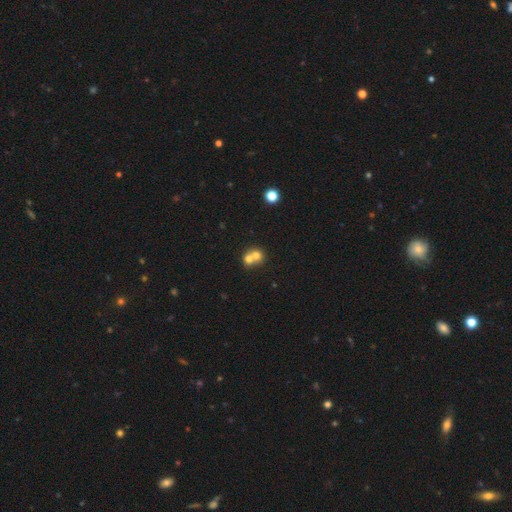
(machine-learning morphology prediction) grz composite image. It shows a smooth galaxy with no disk features (69%) that is round (77%). Merging: merger (66%).